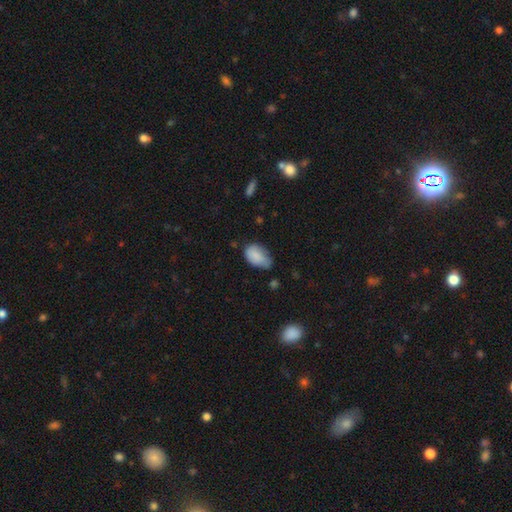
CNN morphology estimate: type=smooth (82%); roundness=in between (90%); merging=minor disturbance (47%).